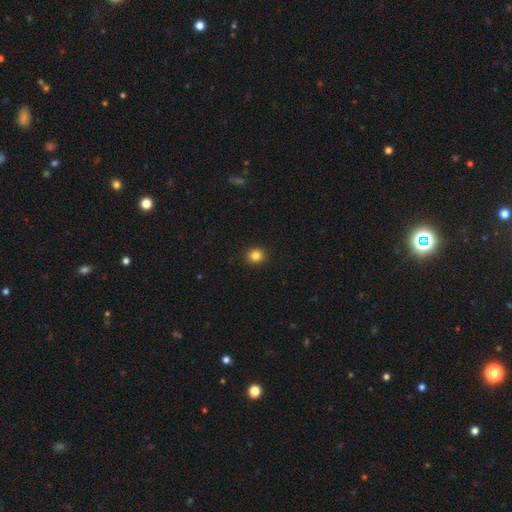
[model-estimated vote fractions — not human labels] Smooth or featured? Predicted: smooth (p=0.83). How rounded? Predicted: round (p=0.86). Merging? Predicted: none (p=0.92).